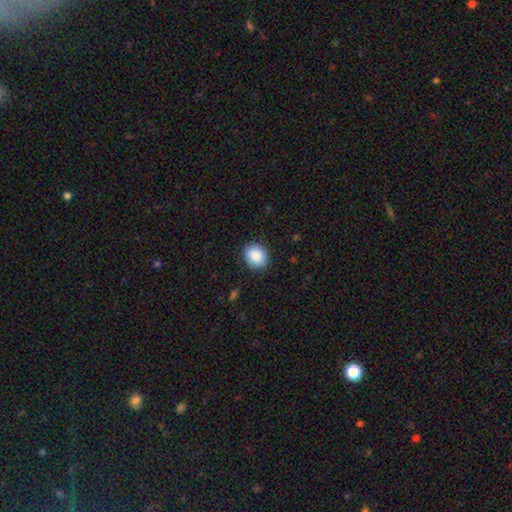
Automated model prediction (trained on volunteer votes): Smooth or featured?
  - smooth: 89% *
  - star or artifact: 7%
  - featured or disk: 4%
How rounded?
  - round: 57% *
  - in between: 42%
  - cigar-shaped: 1%
Merging?
  - none: 88% *
  - minor disturbance: 8%
  - major disturbance: 2%
  - merger: 1%